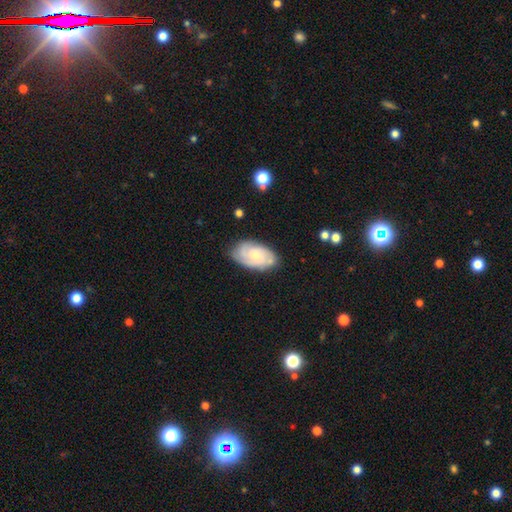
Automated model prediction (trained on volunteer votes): Smooth or featured: featured or disk — 69% (smooth — 25%)
Edge-on disk: no — 96% (yes — 4%)
Bar: no — 66% (weak — 30%)
Spiral arms: yes — 93% (no — 7%)
Spiral winding: tight — 59% (medium — 34%)
Spiral arm count: 3 — 29% (2 — 28%)
Bulge size: small — 59% (moderate — 34%)
Merging: none — 77% (minor disturbance — 17%)